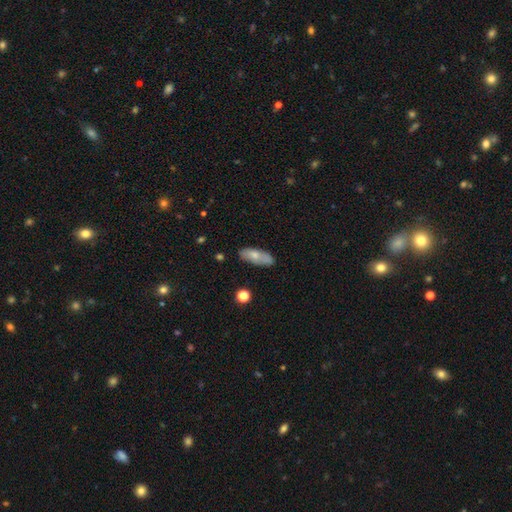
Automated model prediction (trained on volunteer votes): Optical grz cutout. It shows a smooth galaxy with no disk features (67%) that is in between round and cigar-shaped (73%). Merging: none (77%).